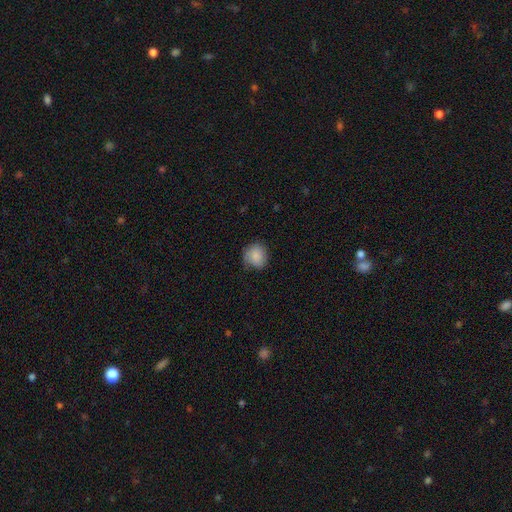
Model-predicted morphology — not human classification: Q: Smooth or featured?
A: smooth (81%); runner-up: featured or disk (12%)
Q: How rounded?
A: round (77%); runner-up: in between (22%)
Q: Merging?
A: none (66%); runner-up: minor disturbance (26%)